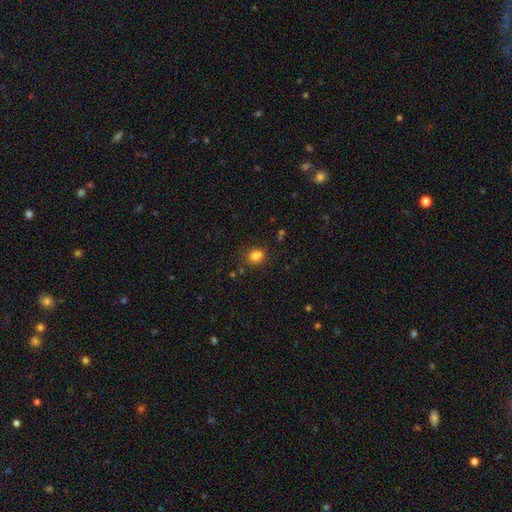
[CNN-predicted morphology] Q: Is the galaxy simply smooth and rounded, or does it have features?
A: smooth — 81%.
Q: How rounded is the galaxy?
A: in between — 57%.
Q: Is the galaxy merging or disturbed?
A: none — 67%.